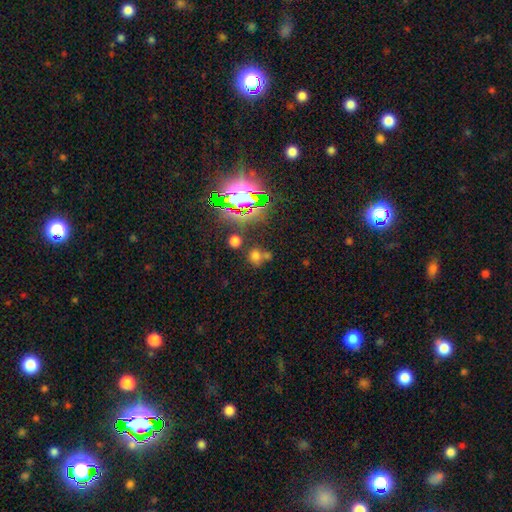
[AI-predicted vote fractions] smooth-or-featured: smooth: 56% | star or artifact: 35% | featured or disk: 9%
  how-rounded: round: 76% | in between: 23% | cigar-shaped: 2%
  merging: none: 59% | merger: 25% | minor disturbance: 10% | major disturbance: 6%